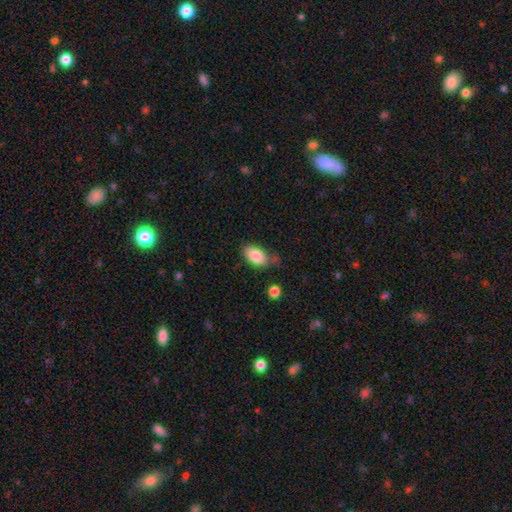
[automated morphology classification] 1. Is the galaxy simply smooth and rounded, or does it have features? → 85% smooth, 8% featured or disk, 7% star or artifact.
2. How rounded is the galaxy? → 92% in between, 5% round, 2% cigar-shaped.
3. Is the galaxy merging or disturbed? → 61% none, 26% minor disturbance, 7% major disturbance, 6% merger.